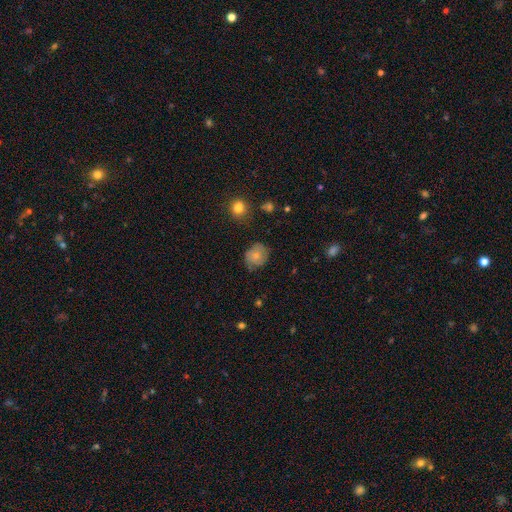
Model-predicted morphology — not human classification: Smooth or featured? smooth (66%)
How rounded? round (74%)
Merging? none (67%)